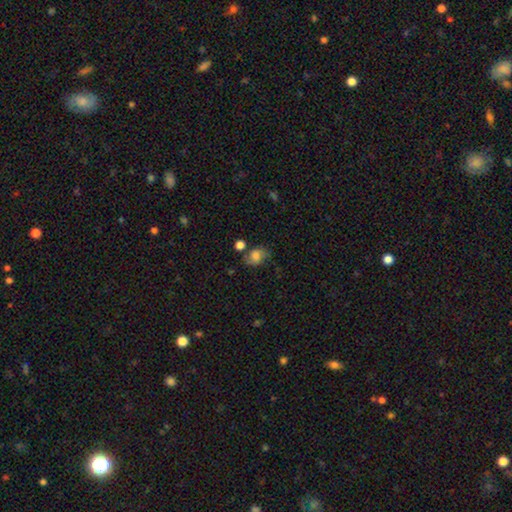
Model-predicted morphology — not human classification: The model was most divided on "how rounded": in between: 60%, round: 38%, cigar-shaped: 1%. More confident: smooth or featured — smooth (65%); merging — none (54%).